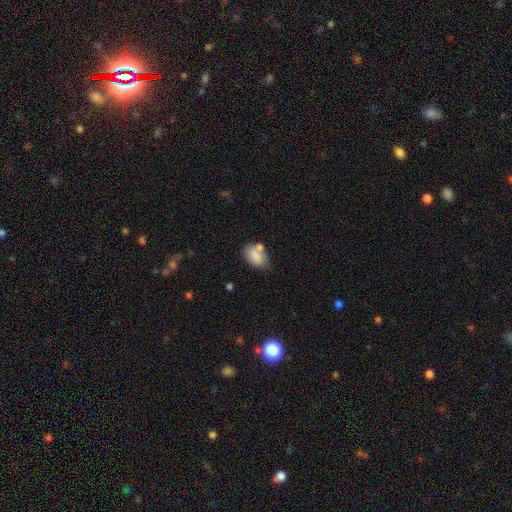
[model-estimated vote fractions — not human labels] smooth_or_featured: smooth (p=0.78) [alt: featured or disk p=0.14]
how_rounded: in between (p=0.85) [alt: round p=0.13]
merging: none (p=0.49) [alt: minor disturbance p=0.24]